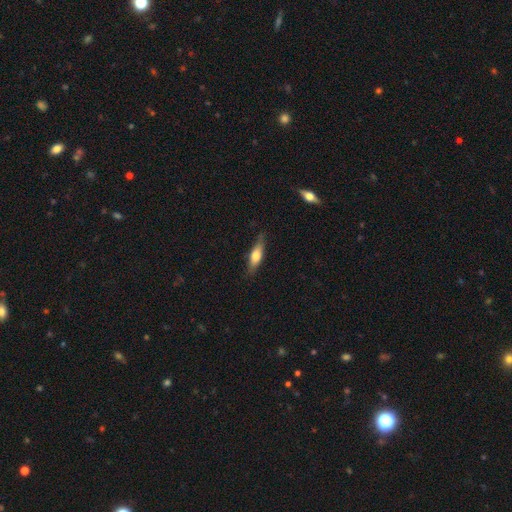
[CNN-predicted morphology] This appears to be a smooth galaxy with no disk features (58%) that is cigar-shaped (56%). Merging: none (79%).